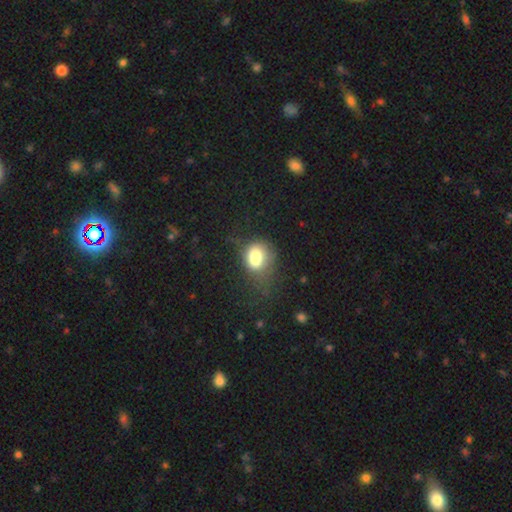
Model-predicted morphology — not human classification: Smooth or featured?
  - smooth: 72% *
  - featured or disk: 16%
  - star or artifact: 12%
How rounded?
  - in between: 53% *
  - round: 45%
  - cigar-shaped: 1%
Merging?
  - none: 34% *
  - minor disturbance: 24%
  - major disturbance: 23%
  - merger: 19%